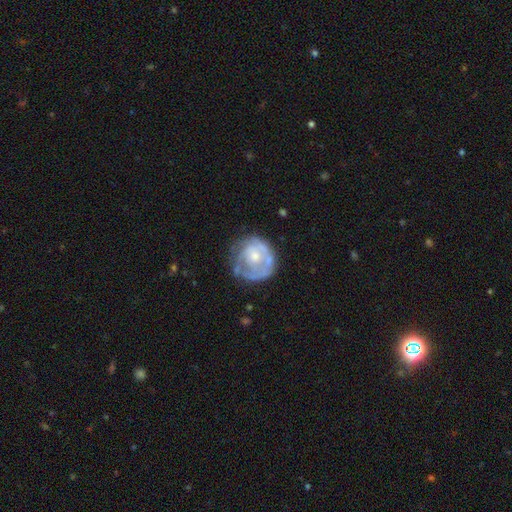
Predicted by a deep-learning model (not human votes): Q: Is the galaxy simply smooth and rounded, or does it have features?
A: featured or disk — 65%.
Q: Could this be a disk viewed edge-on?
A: no — 98%.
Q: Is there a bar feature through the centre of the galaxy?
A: no — 83%.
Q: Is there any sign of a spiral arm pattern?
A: no — 50%, tied with yes.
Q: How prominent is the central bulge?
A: moderate — 47%.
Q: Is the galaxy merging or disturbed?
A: none — 57%.